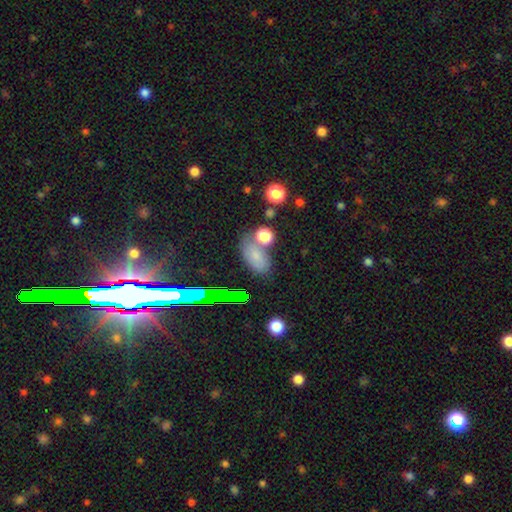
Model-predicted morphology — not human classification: type=smooth (71%); roundness=in between (83%); merging=none (64%).